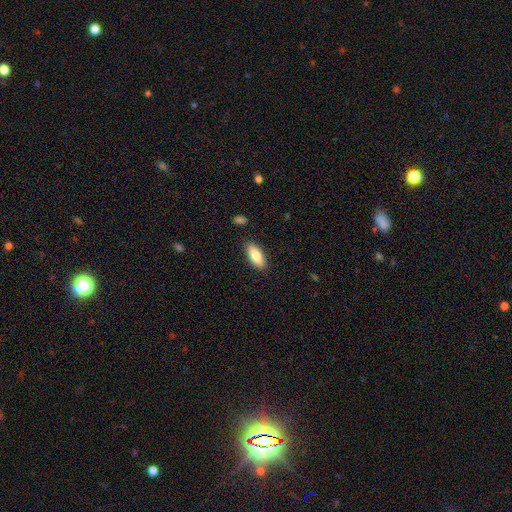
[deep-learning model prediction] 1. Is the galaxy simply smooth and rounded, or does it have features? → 80% smooth, 14% featured or disk, 6% star or artifact.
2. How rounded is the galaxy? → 77% in between, 20% cigar-shaped, 2% round.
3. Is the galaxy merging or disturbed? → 87% none, 9% minor disturbance, 2% major disturbance, 1% merger.